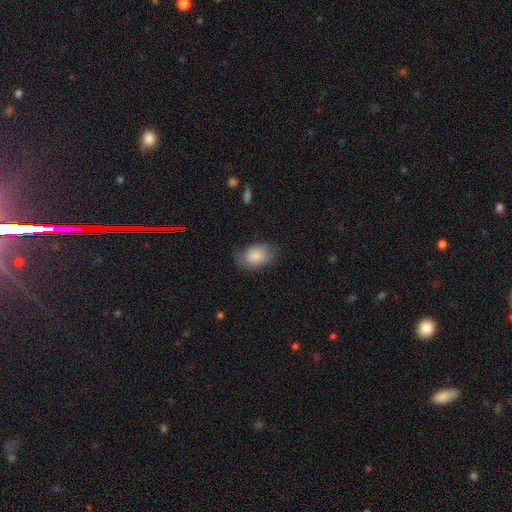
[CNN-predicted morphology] Smooth or featured? smooth (85%)
How rounded? in between (79%)
Merging? none (63%)